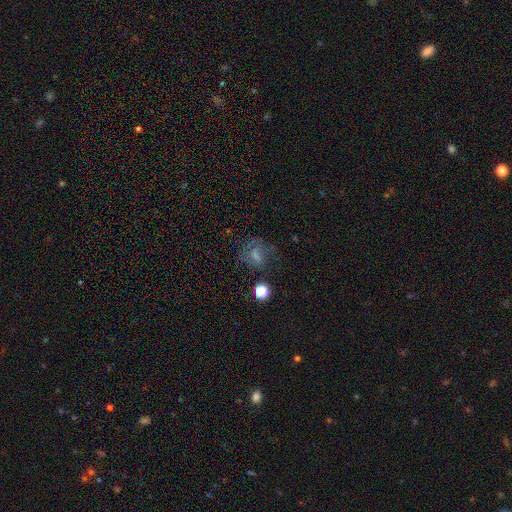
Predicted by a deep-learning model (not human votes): This appears to be a smooth galaxy with no disk features (40%). Merging: none (59%).